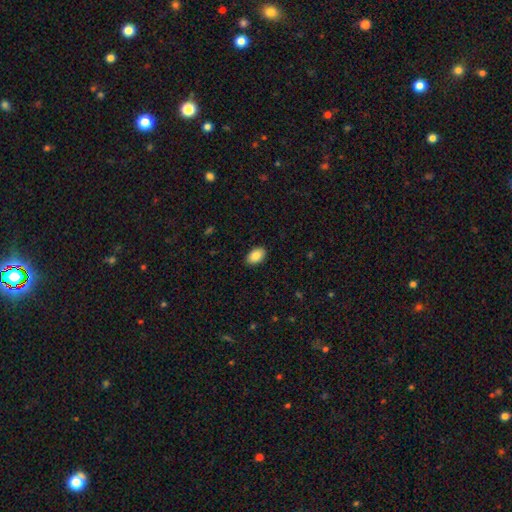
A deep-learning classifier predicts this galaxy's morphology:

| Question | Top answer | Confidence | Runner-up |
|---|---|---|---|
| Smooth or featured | smooth | 88% | star or artifact (7%) |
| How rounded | in between | 90% | round (9%) |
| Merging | none | 90% | minor disturbance (8%) |